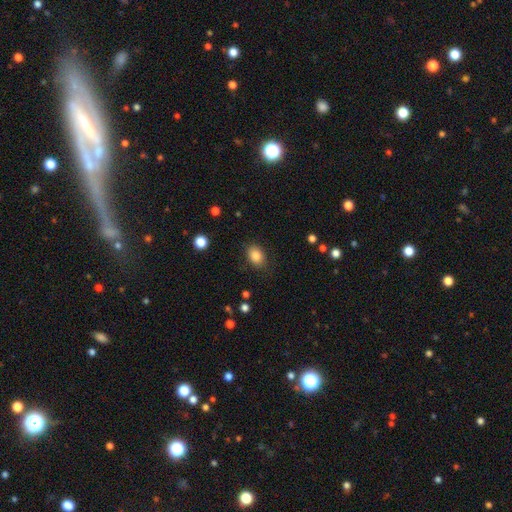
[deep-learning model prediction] A smooth galaxy with no disk features (84%) that is in between round and cigar-shaped (68%).

Vote fractions:
- Smooth or featured? smooth: 84% / star or artifact: 10% / featured or disk: 6%
- How rounded? in between: 68% / round: 31% / cigar-shaped: 1%
- Merging? none: 82% / minor disturbance: 13% / major disturbance: 4% / merger: 1%